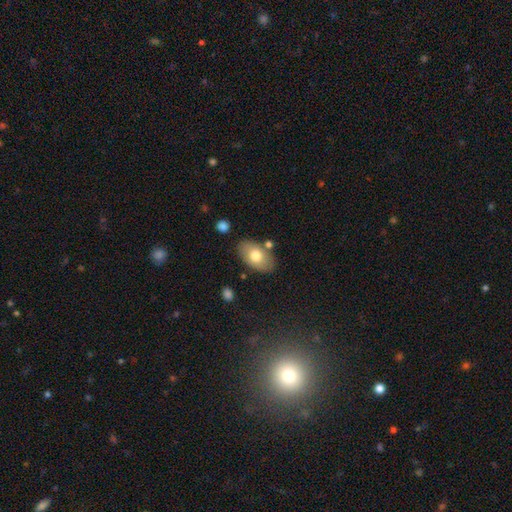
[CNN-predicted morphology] Q: Smooth or featured?
A: smooth (72%); runner-up: featured or disk (21%)
Q: How rounded?
A: in between (92%); runner-up: round (7%)
Q: Merging?
A: none (79%); runner-up: minor disturbance (13%)